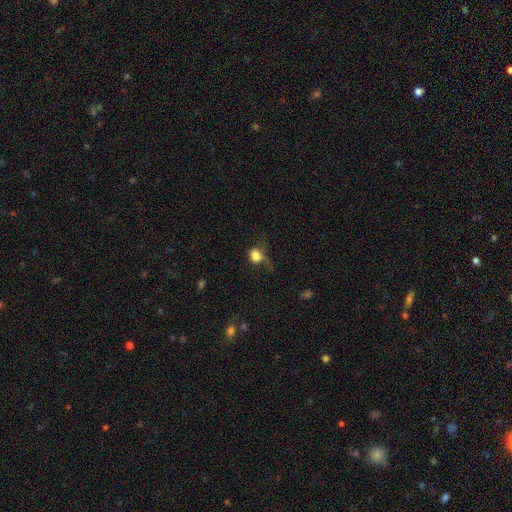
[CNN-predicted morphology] smooth-or-featured: smooth: 79% | featured or disk: 11% | star or artifact: 10%
  how-rounded: round: 62% | in between: 37% | cigar-shaped: 1%
  merging: major disturbance: 37% | none: 33% | minor disturbance: 26% | merger: 4%